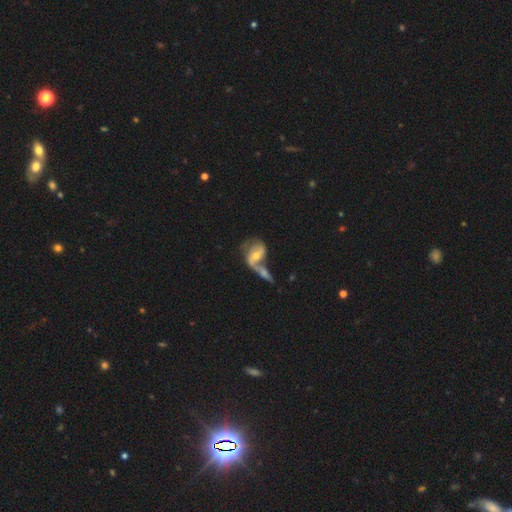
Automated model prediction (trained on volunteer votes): Smooth or featured?
  - featured or disk: 72% *
  - smooth: 20%
  - star or artifact: 7%
Edge-on disk?
  - no: 95% *
  - yes: 5%
Bar?
  - weak: 42% *
  - no: 37%
  - strong: 21%
Spiral arms?
  - yes: 83% *
  - no: 17%
Spiral winding?
  - loose: 42% *
  - medium: 40%
  - tight: 18%
Spiral arm count?
  - 2: 69% *
  - 1: 14%
  - can't tell: 13%
  - 3: 3%
  - 4: 1%
  - more than 4: 1%
Bulge size?
  - moderate: 51% *
  - small: 43%
  - large: 3%
  - none: 2%
  - dominant: 1%
Merging?
  - merger: 56% *
  - none: 22%
  - major disturbance: 12%
  - minor disturbance: 11%